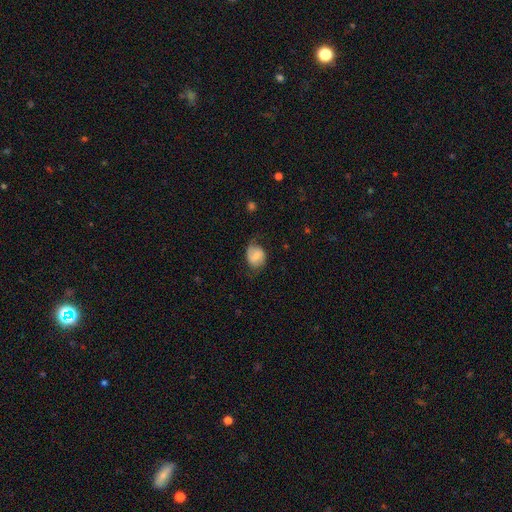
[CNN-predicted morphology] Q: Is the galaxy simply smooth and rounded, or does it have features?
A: smooth — 56%.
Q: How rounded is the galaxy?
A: in between — 50%.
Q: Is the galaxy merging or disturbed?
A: none — 57%.